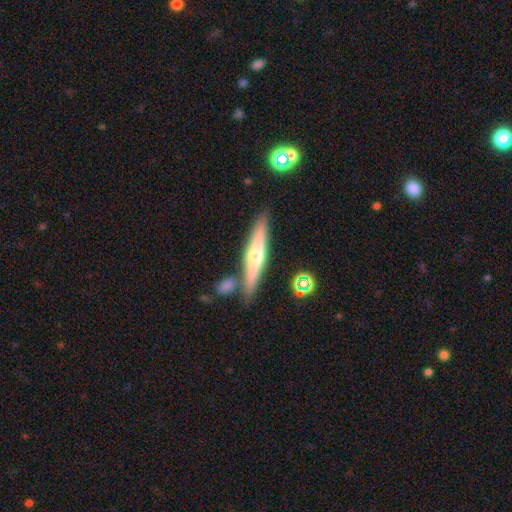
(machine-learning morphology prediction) A featured or disk galaxy (60%) viewed edge-on (96%) with a rounded central bulge (86%). Merging: none (82%).